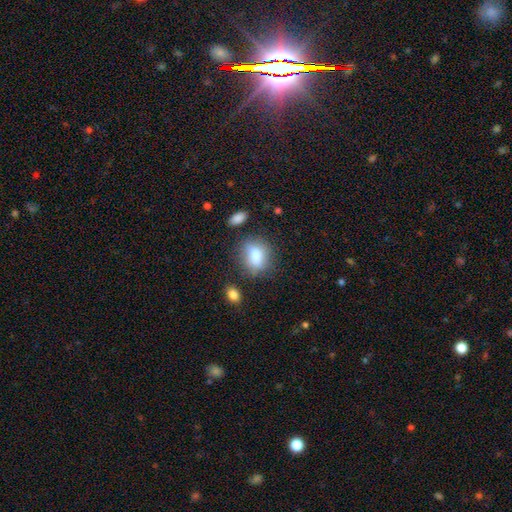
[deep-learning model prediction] Smooth or featured?
  - smooth: 81% *
  - featured or disk: 10%
  - star or artifact: 9%
How rounded?
  - in between: 54% *
  - round: 44%
  - cigar-shaped: 2%
Merging?
  - none: 71% *
  - minor disturbance: 18%
  - major disturbance: 6%
  - merger: 5%